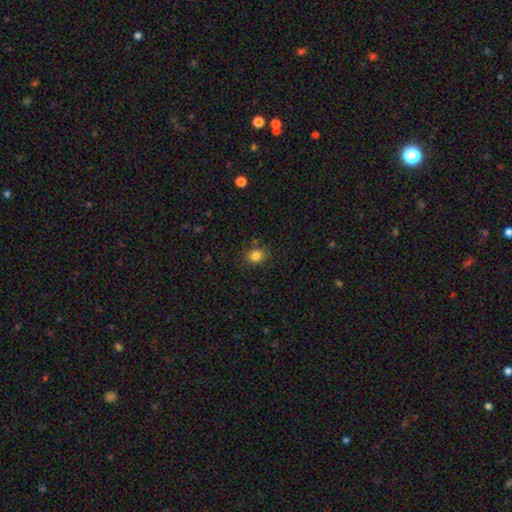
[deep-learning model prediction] Smooth or featured: smooth — 83% (star or artifact — 12%)
How rounded: round — 66% (in between — 33%)
Merging: none — 84% (minor disturbance — 11%)